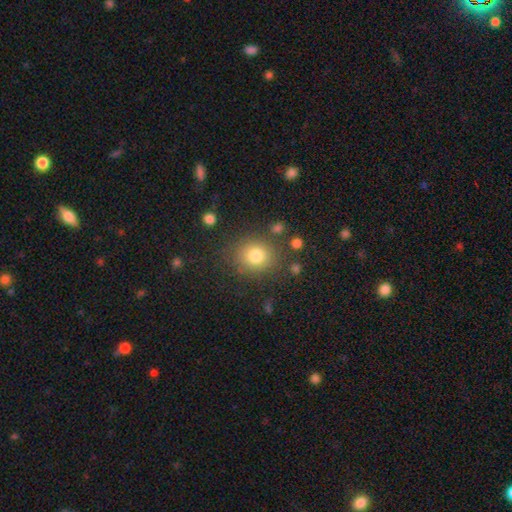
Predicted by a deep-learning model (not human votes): A smooth galaxy with no disk features (79%) that is round (80%). Merging: none (82%).